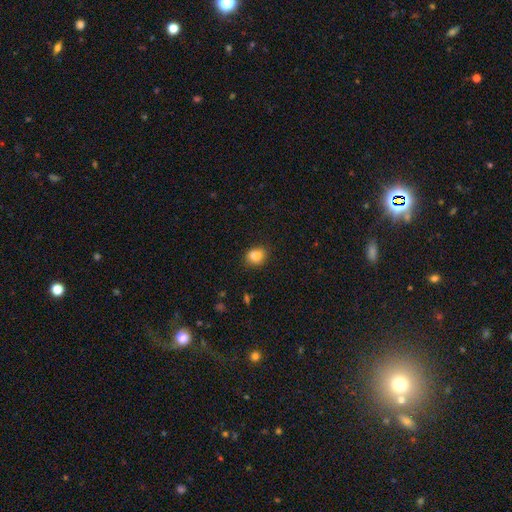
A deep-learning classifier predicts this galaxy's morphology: This appears to be a smooth galaxy with no disk features (81%) that is round (55%). Merging: none (59%).